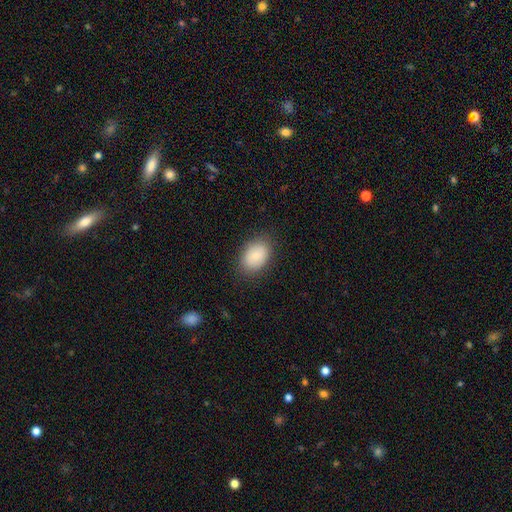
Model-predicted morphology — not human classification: smooth-or-featured: smooth: 82% | featured or disk: 11% | star or artifact: 7%
  how-rounded: in between: 80% | round: 19% | cigar-shaped: 1%
  merging: none: 84% | minor disturbance: 12% | major disturbance: 3% | merger: 1%